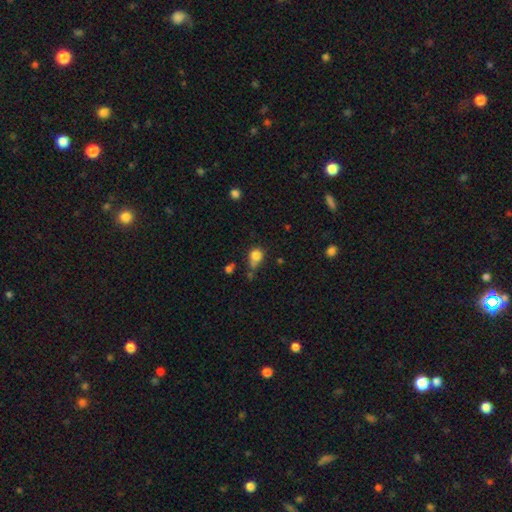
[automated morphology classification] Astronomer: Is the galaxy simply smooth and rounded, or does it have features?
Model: smooth — 80%.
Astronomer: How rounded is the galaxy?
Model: round — 77%.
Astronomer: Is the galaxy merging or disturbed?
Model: none — 46% (runner-up: minor disturbance, 25%).